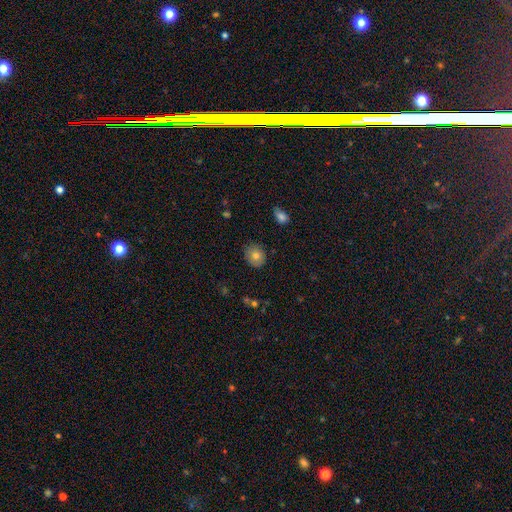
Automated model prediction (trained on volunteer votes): Morphology: type=smooth (77%); roundness=round (69%); merging=none (82%).